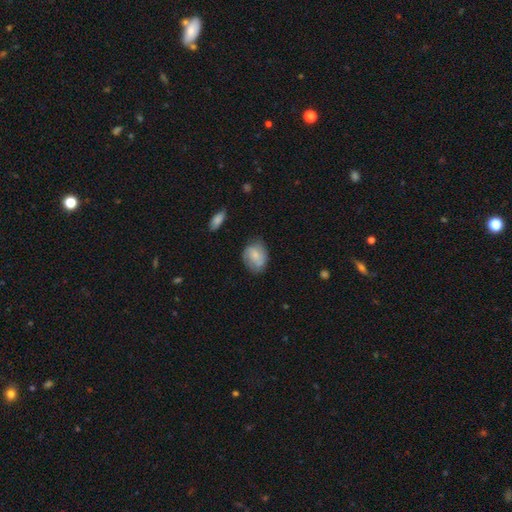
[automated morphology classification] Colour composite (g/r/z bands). It shows a smooth galaxy with no disk features (56%) that is in between round and cigar-shaped (59%). Merging: none (65%).